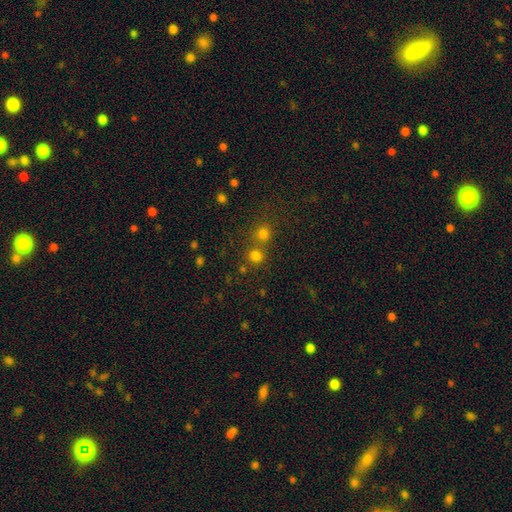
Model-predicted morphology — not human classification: Smooth or featured? smooth (74%)
How rounded? round (89%)
Merging? none (64%)